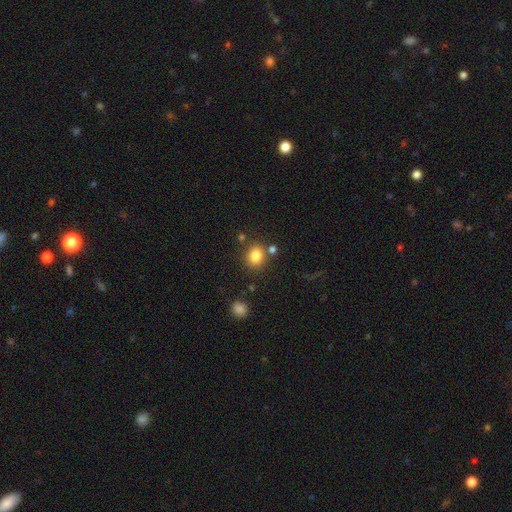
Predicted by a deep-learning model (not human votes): This is clearly a smooth galaxy (82%). How rounded: likely round (71%). Merging: likely none (78%).